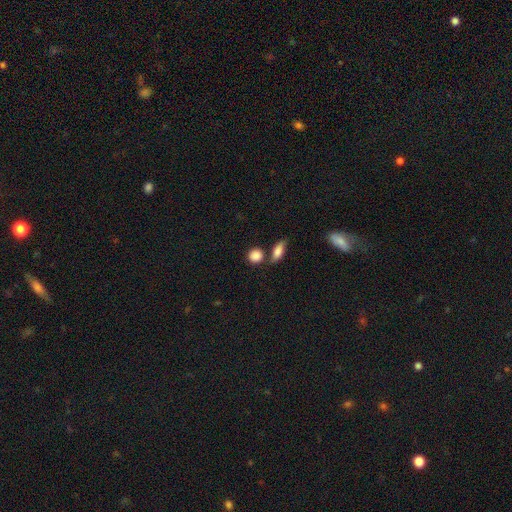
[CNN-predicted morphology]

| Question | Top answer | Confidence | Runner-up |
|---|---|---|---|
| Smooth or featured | smooth | 86% | star or artifact (8%) |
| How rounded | round | 75% | in between (22%) |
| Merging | none | 64% | merger (19%) |